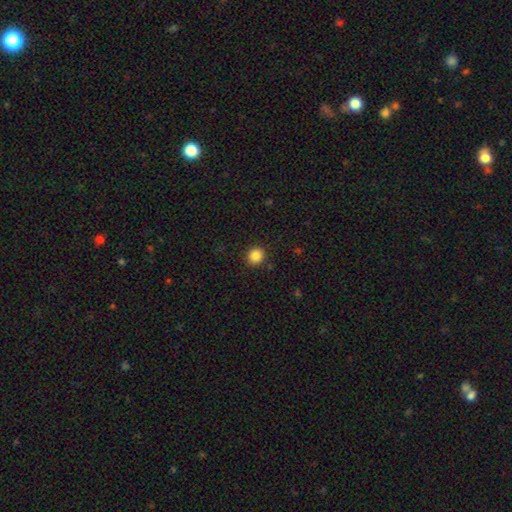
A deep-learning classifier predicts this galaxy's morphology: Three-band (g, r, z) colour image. It shows a smooth galaxy with no disk features (86%) that is round (89%). Merging: none (91%).